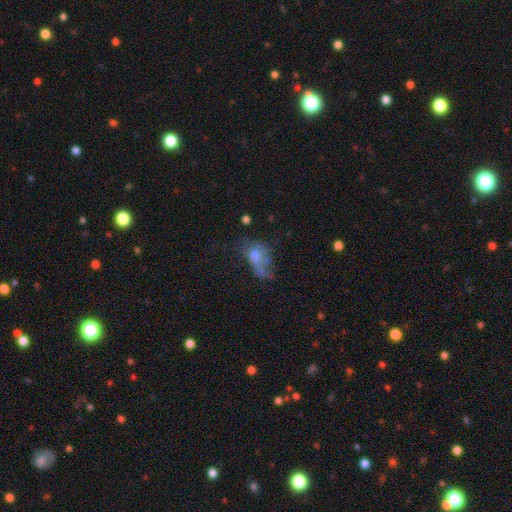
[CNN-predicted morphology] Smooth or featured: smooth — 47% (featured or disk — 36%)
Merging: major disturbance — 44% (none — 25%)